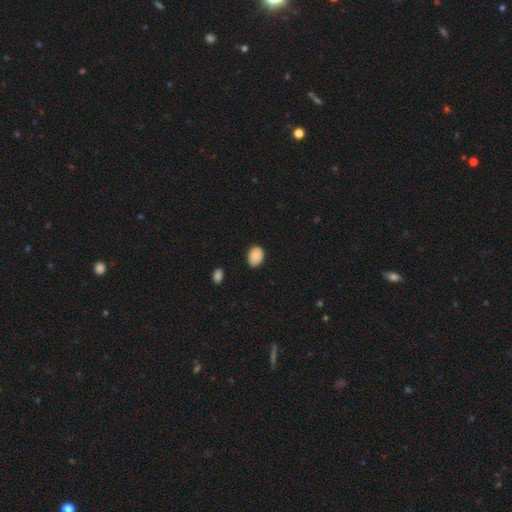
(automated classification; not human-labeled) This is clearly a smooth galaxy (87%). How rounded: likely in between (77%). Merging: likely none (80%).